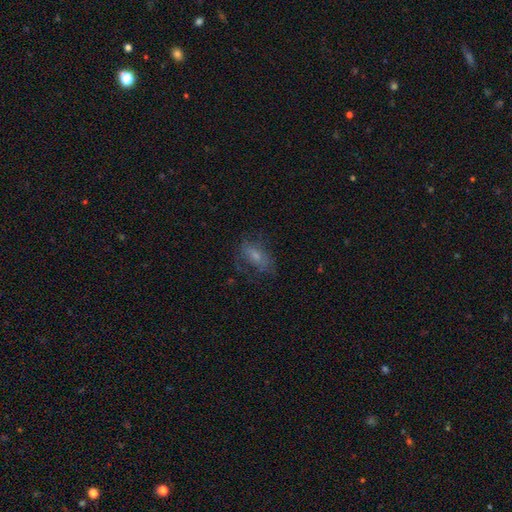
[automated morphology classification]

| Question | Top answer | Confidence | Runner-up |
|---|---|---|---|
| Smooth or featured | smooth | 50% | featured or disk (37%) |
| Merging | none | 54% | minor disturbance (22%) |